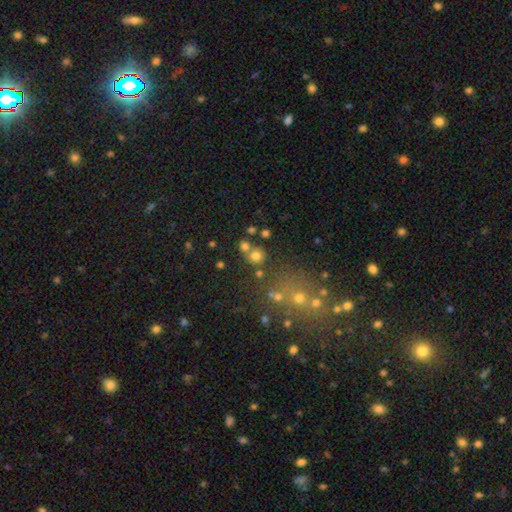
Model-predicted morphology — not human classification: Smooth or featured?
  - smooth: 72% *
  - star or artifact: 19%
  - featured or disk: 9%
How rounded?
  - round: 89% *
  - in between: 10%
  - cigar-shaped: 1%
Merging?
  - none: 68% *
  - merger: 21%
  - minor disturbance: 8%
  - major disturbance: 4%